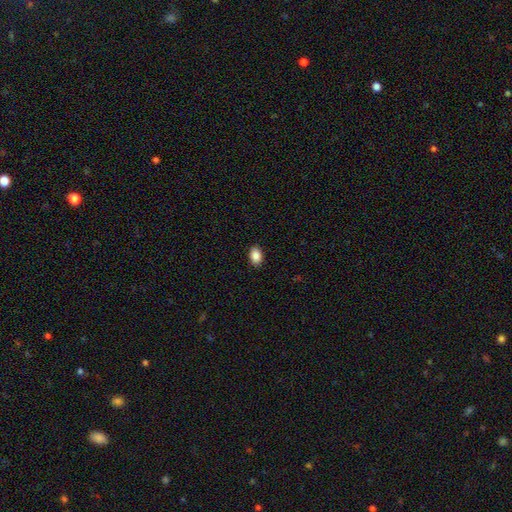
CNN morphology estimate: smooth-or-featured: smooth: 88% | star or artifact: 8% | featured or disk: 4%
  how-rounded: in between: 83% | round: 16% | cigar-shaped: 1%
  merging: none: 90% | minor disturbance: 7% | major disturbance: 2% | merger: 1%